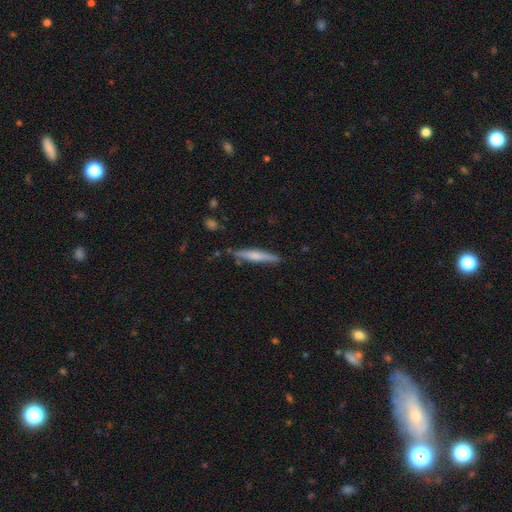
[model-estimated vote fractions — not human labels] Q: Smooth or featured?
A: smooth (49%); runner-up: featured or disk (45%)
Q: Merging?
A: none (84%); runner-up: minor disturbance (12%)